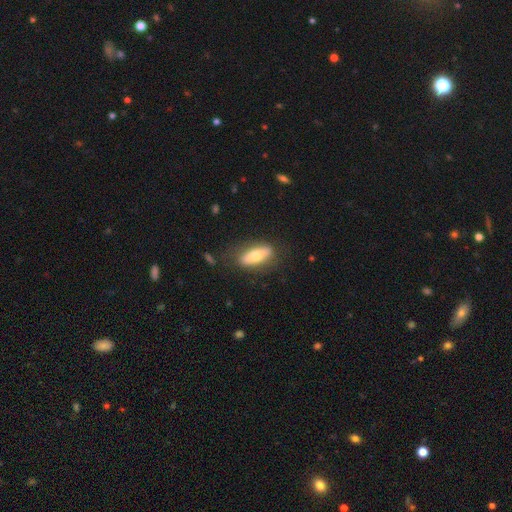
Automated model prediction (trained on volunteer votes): A smooth galaxy with no disk features (59%) that is in between round and cigar-shaped (76%).

Vote fractions:
- Smooth or featured? smooth: 59% / featured or disk: 35% / star or artifact: 6%
- How rounded? in between: 76% / cigar-shaped: 21% / round: 3%
- Merging? none: 77% / minor disturbance: 16% / major disturbance: 6% / merger: 2%